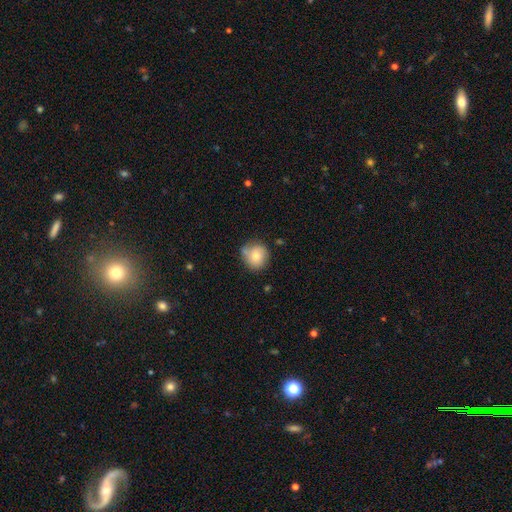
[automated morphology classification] smooth 73%, featured or disk 18%, star or artifact 9%. Down the decision tree: how rounded — round (86%); merging — none (64%).